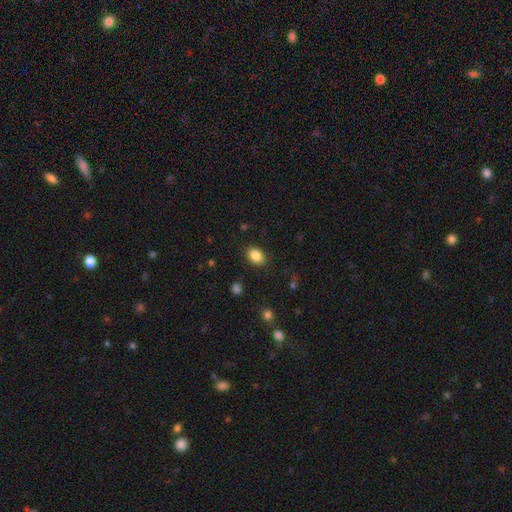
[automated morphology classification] Overall: smooth (86%). How rounded: in between (72%). Merging: none (87%).